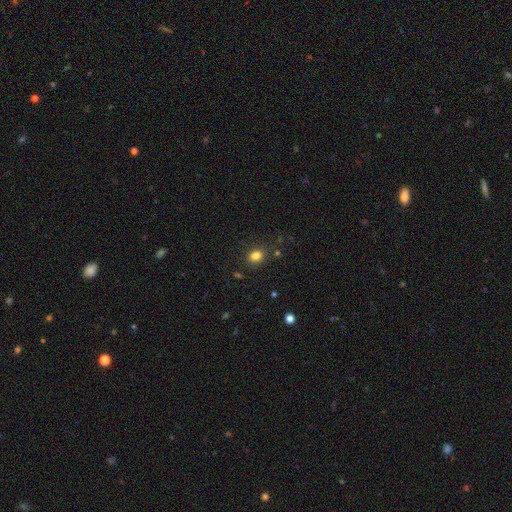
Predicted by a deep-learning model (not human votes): smooth_or_featured: smooth (p=0.81) [alt: star or artifact p=0.13]
how_rounded: round (p=0.50) [alt: in between p=0.49]
merging: none (p=0.83) [alt: minor disturbance p=0.11]